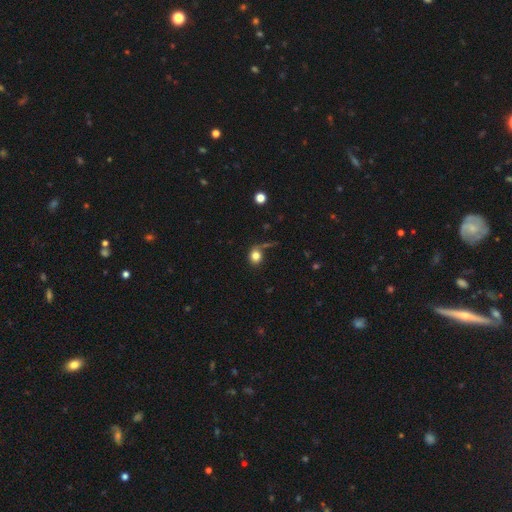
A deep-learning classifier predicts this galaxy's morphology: Smooth or featured?
  - smooth: 80% *
  - star or artifact: 10%
  - featured or disk: 10%
How rounded?
  - round: 68% *
  - in between: 31%
  - cigar-shaped: 1%
Merging?
  - none: 54% *
  - minor disturbance: 20%
  - major disturbance: 17%
  - merger: 9%